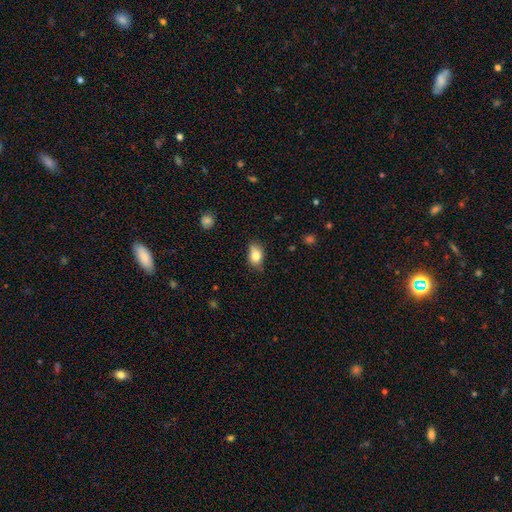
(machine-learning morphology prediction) A smooth galaxy with no disk features (81%) that is in between round and cigar-shaped (84%). Merging: none (73%).